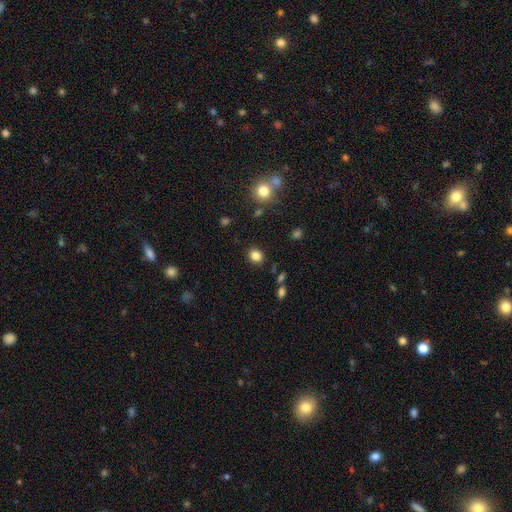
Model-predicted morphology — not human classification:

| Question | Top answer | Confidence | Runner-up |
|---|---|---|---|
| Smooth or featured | smooth | 83% | star or artifact (12%) |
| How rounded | round | 73% | in between (26%) |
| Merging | none | 88% | minor disturbance (7%) |